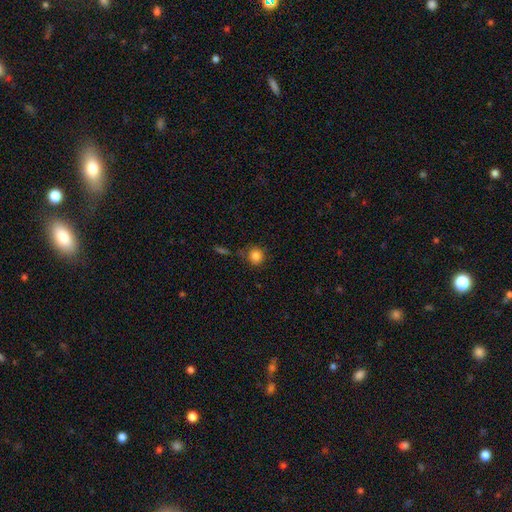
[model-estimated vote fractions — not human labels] Smooth or featured: smooth — 85% (star or artifact — 10%)
How rounded: round — 89% (in between — 9%)
Merging: none — 73% (minor disturbance — 15%)